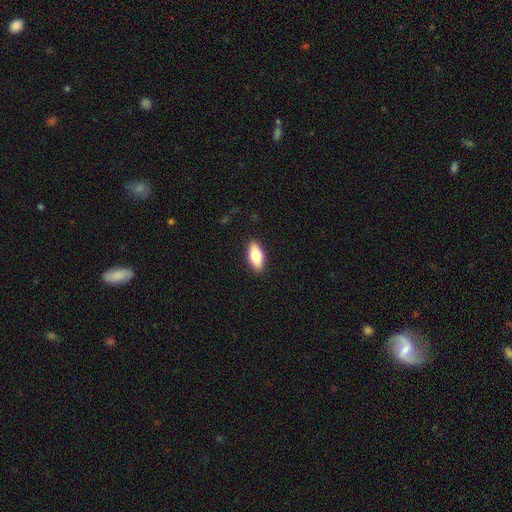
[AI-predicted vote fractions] Q: Smooth or featured?
A: smooth (74%); runner-up: featured or disk (20%)
Q: How rounded?
A: in between (83%); runner-up: cigar-shaped (14%)
Q: Merging?
A: none (89%); runner-up: minor disturbance (8%)